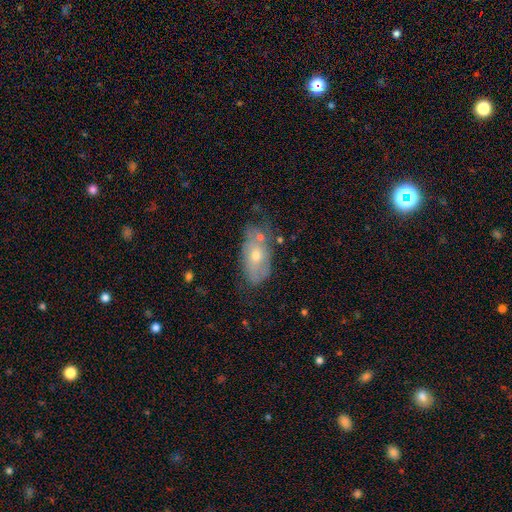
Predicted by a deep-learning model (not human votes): This appears to be a smooth galaxy with no disk features (46%, tied with featured or disk). Merging: none (52%).